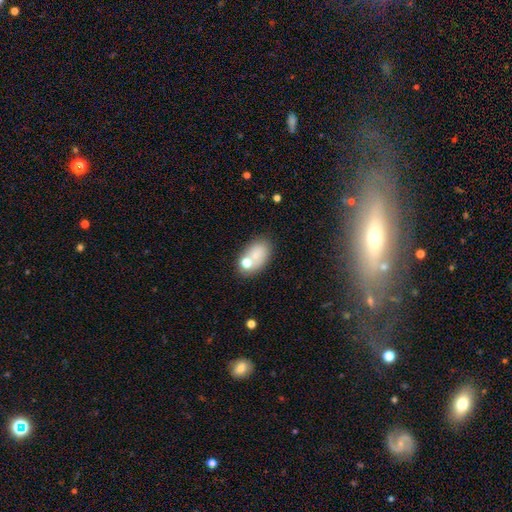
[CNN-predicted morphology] A smooth galaxy with no disk features (73%) that is in between round and cigar-shaped (85%).

Vote fractions:
- Smooth or featured? smooth: 73% / featured or disk: 16% / star or artifact: 11%
- How rounded? in between: 85% / round: 13% / cigar-shaped: 2%
- Merging? none: 58% / merger: 19% / minor disturbance: 16% / major disturbance: 7%